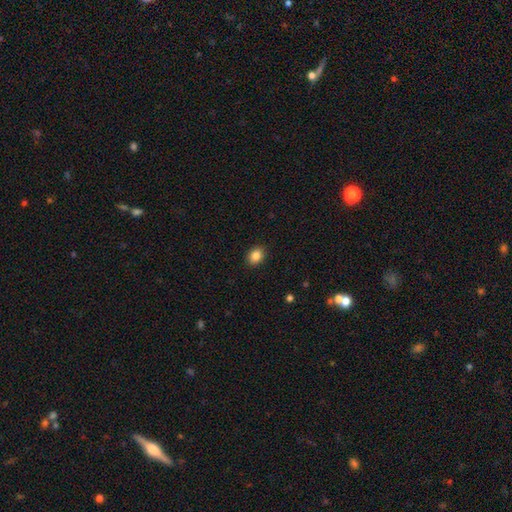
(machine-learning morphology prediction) Smooth or featured: smooth — 85% (star or artifact — 10%)
How rounded: in between — 56% (round — 43%)
Merging: none — 90% (minor disturbance — 7%)